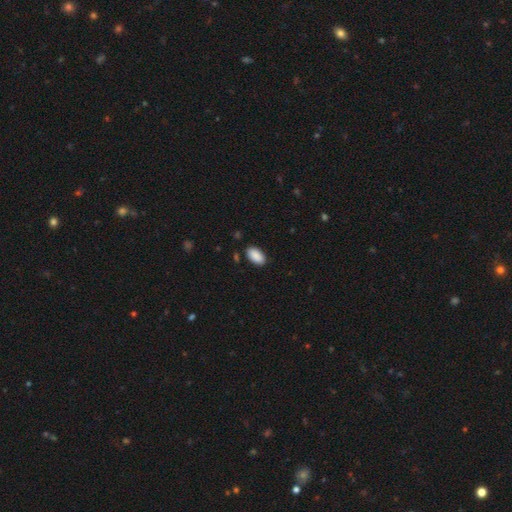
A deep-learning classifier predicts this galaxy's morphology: smooth 90%, star or artifact 6%, featured or disk 3%. Down the decision tree: how rounded — in between (95%); merging — none (87%).